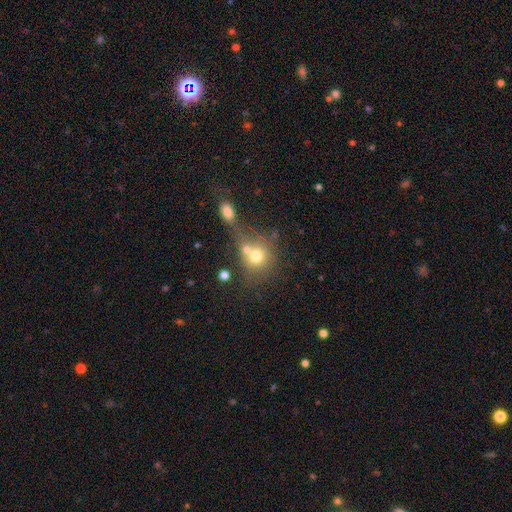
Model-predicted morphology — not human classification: This is likely a smooth galaxy (70%). How rounded: likely round (78%). Merging: possibly merger (51%).